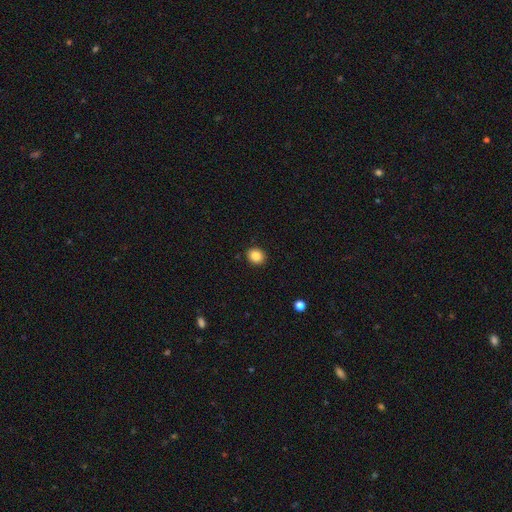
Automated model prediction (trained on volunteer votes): Smooth or featured? Predicted: smooth (p=0.86). How rounded? Predicted: round (p=0.69). Merging? Predicted: none (p=0.91).